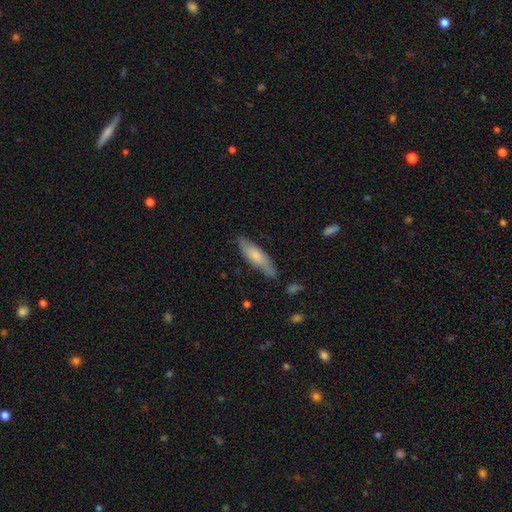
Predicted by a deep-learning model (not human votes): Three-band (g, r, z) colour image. It shows a smooth galaxy with no disk features (68%) that is cigar-shaped (64%). Merging: none (76%).